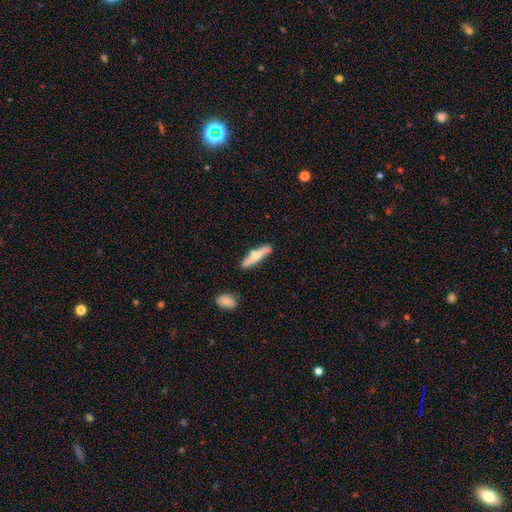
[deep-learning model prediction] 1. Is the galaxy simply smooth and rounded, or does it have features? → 59% smooth, 35% featured or disk, 6% star or artifact.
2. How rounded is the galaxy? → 85% cigar-shaped, 13% in between, 2% round.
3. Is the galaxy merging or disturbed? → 79% none, 13% minor disturbance, 5% merger, 3% major disturbance.